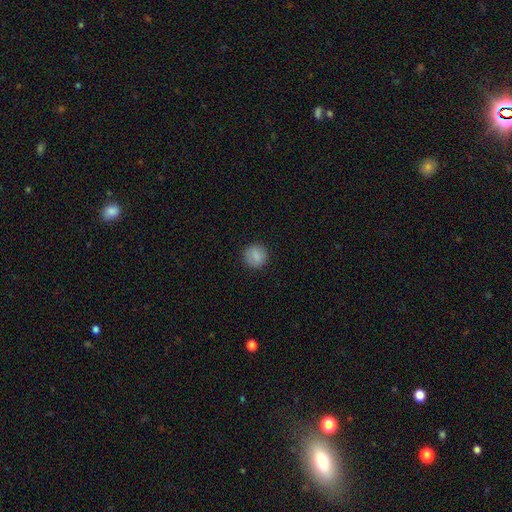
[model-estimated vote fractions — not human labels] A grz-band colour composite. It shows a smooth galaxy with no disk features (86%) that is round (92%). Merging: none (90%).